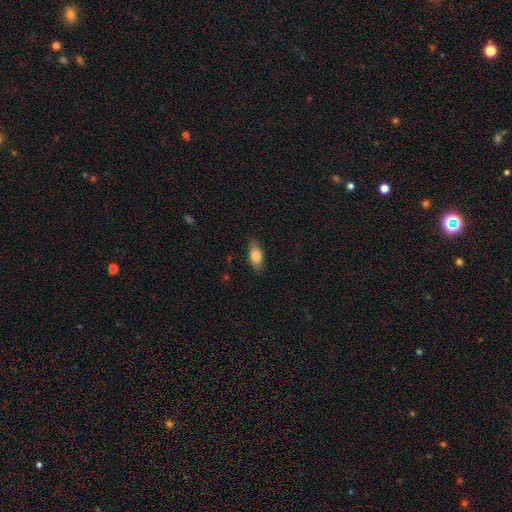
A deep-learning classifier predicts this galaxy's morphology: This is likely a smooth galaxy (71%). How rounded: likely in between (79%). Merging: clearly none (86%).